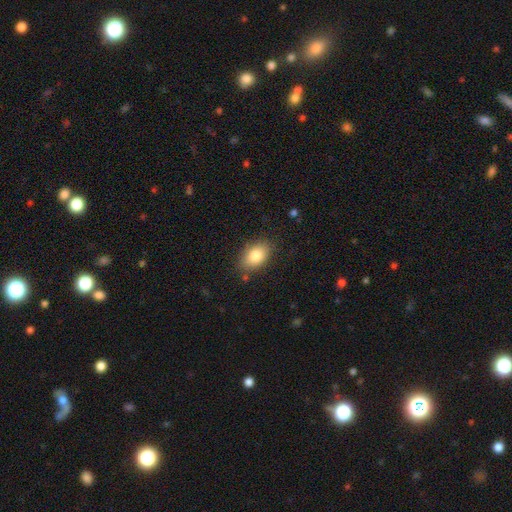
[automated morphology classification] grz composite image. It shows a smooth galaxy with no disk features (83%) that is in between round and cigar-shaped (86%). Merging: none (81%).